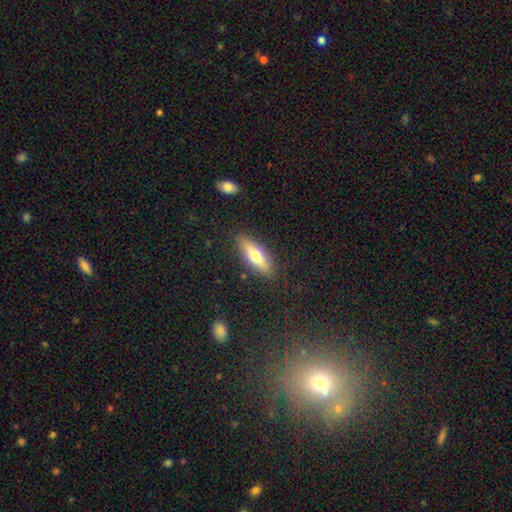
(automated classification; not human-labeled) A smooth galaxy with no disk features (59%) that is in between round and cigar-shaped (50%). Merging: none (87%).